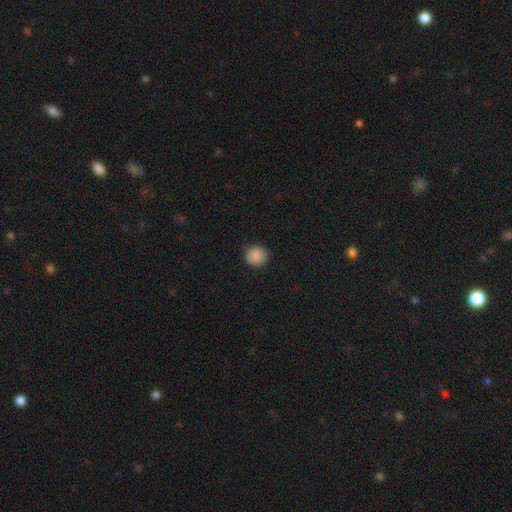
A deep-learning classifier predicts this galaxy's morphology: This is clearly a smooth galaxy (89%). How rounded: clearly round (90%). Merging: clearly none (89%).